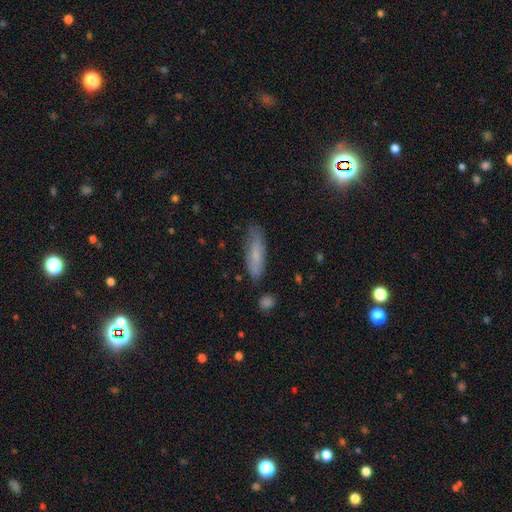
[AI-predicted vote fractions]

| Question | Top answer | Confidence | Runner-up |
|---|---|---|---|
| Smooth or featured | smooth | 68% | featured or disk (23%) |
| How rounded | cigar-shaped | 64% | in between (34%) |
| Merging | none | 76% | minor disturbance (18%) |